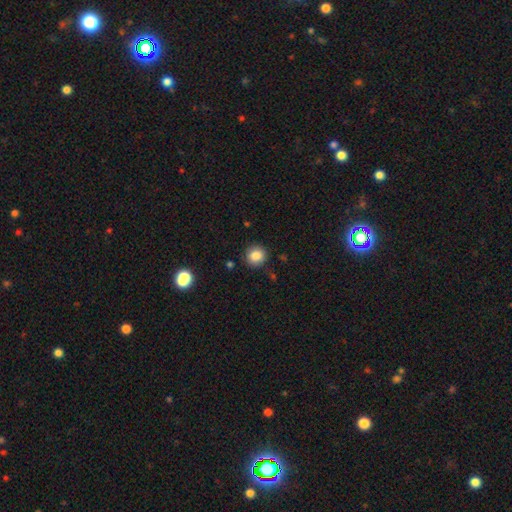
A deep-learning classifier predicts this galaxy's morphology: This is clearly a smooth galaxy (85%). How rounded: clearly round (91%). Merging: clearly none (88%).